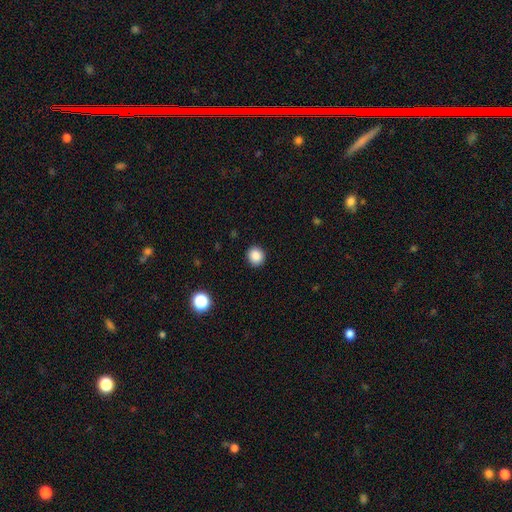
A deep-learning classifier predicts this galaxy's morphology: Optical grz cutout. It shows a smooth galaxy with no disk features (87%) that is round (85%). Merging: none (91%).